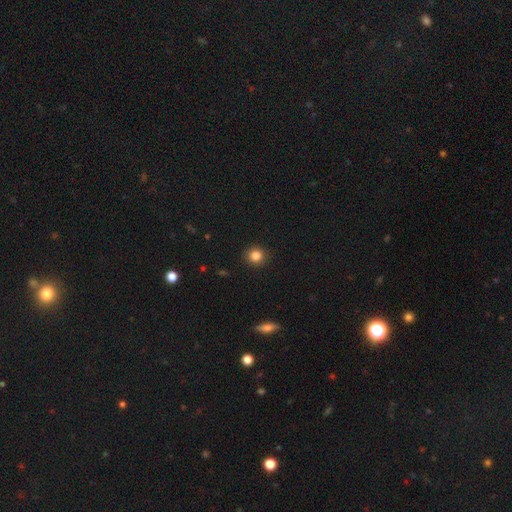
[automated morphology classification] smooth_or_featured: smooth (p=0.85) [alt: star or artifact p=0.11]
how_rounded: round (p=0.89) [alt: in between p=0.10]
merging: none (p=0.89) [alt: minor disturbance p=0.07]